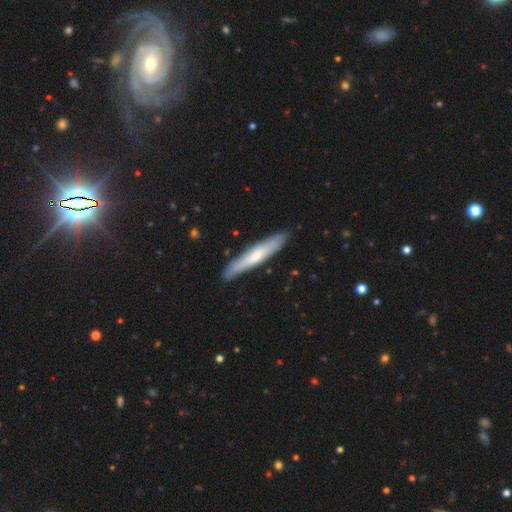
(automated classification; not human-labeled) smooth 56%, featured or disk 39%, star or artifact 5%. Down the decision tree: how rounded — cigar-shaped (91%); merging — none (86%).